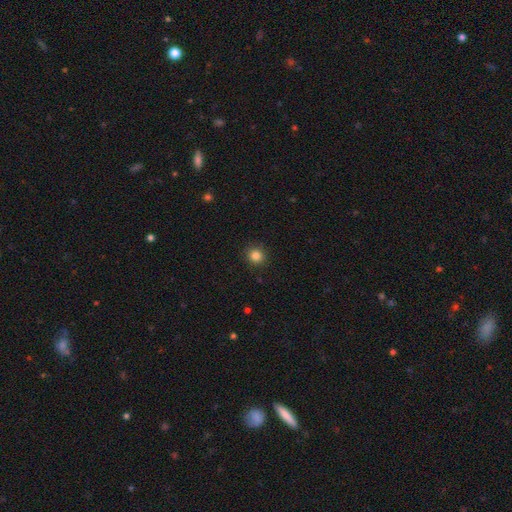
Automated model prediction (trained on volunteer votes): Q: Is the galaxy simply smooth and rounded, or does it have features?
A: smooth — 84%.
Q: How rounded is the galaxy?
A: round — 91%.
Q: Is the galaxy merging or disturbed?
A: none — 91%.